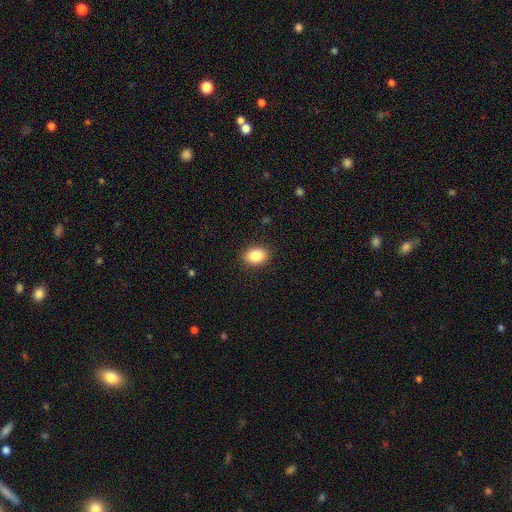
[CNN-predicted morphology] This appears to be a smooth galaxy with no disk features (86%) that is in between round and cigar-shaped (74%). Merging: none (89%).